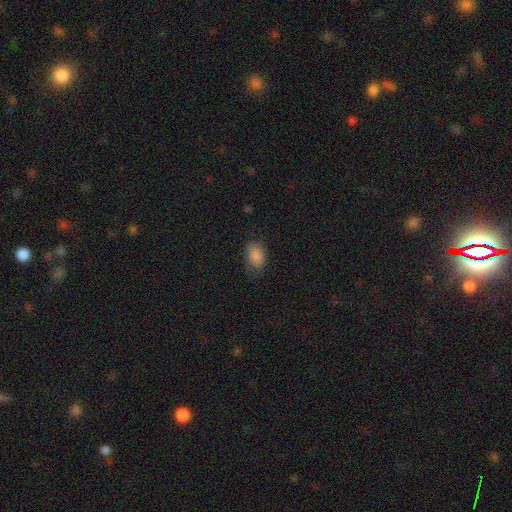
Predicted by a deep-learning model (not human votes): Smooth or featured?
  - smooth: 86% *
  - star or artifact: 9%
  - featured or disk: 5%
How rounded?
  - in between: 87% *
  - round: 11%
  - cigar-shaped: 2%
Merging?
  - none: 70% *
  - minor disturbance: 23%
  - major disturbance: 6%
  - merger: 1%